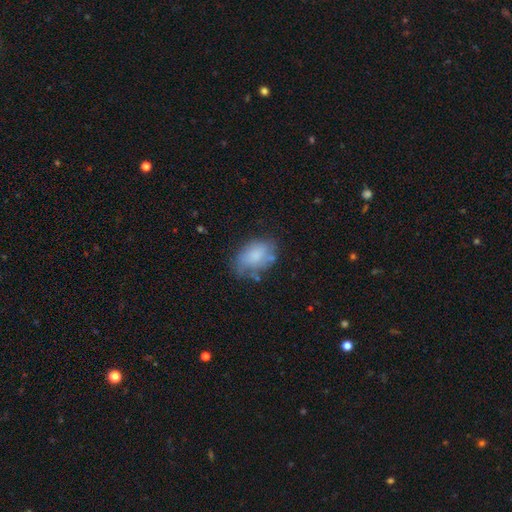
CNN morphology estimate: This appears to be a smooth galaxy with no disk features (72%) that is in between round and cigar-shaped (85%). Merging: none (56%).